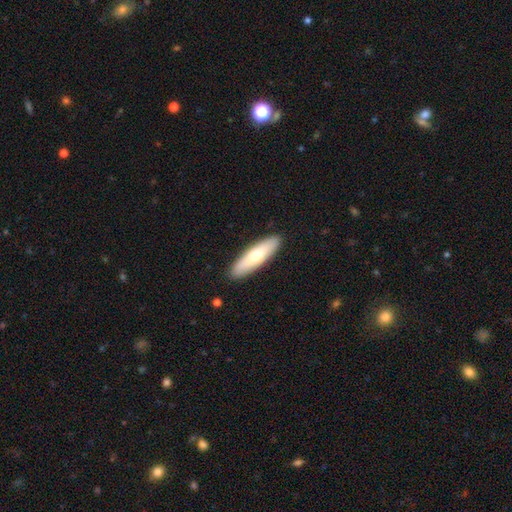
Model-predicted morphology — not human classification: smooth-or-featured: smooth: 65% | featured or disk: 30% | star or artifact: 5%
  how-rounded: cigar-shaped: 65% | in between: 34% | round: 2%
  merging: none: 91% | minor disturbance: 7% | major disturbance: 1% | merger: 1%